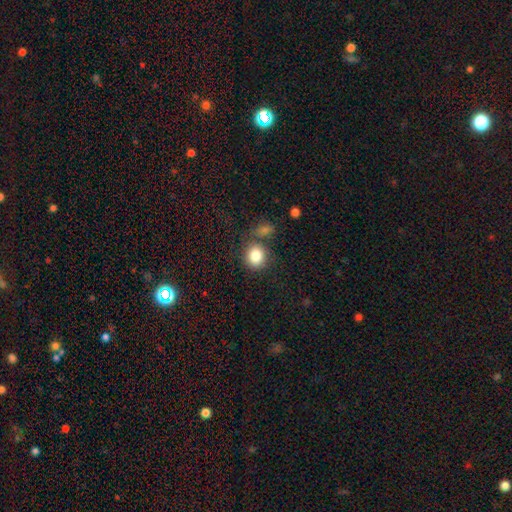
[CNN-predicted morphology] Smooth or featured: smooth — 85% (star or artifact — 9%)
How rounded: round — 76% (in between — 23%)
Merging: none — 68% (merger — 15%)